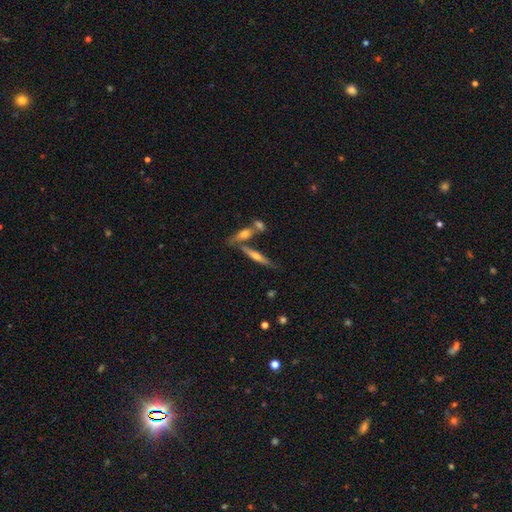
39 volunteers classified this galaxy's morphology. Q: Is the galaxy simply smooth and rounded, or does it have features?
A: featured or disk — 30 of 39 (77%).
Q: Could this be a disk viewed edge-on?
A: yes — 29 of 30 (97%).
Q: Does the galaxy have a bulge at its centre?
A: rounded — 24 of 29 (83%).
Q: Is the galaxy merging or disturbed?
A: none — 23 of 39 (59%).